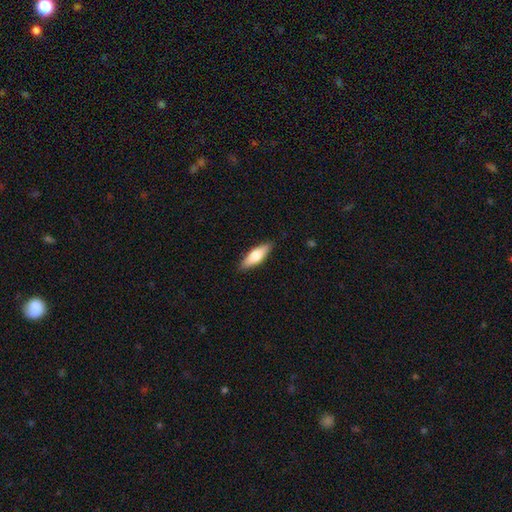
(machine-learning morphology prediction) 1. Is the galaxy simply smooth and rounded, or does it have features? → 63% smooth, 31% featured or disk, 5% star or artifact.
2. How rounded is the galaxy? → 54% in between, 43% cigar-shaped, 2% round.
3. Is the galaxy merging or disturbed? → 88% none, 9% minor disturbance, 2% major disturbance, 1% merger.